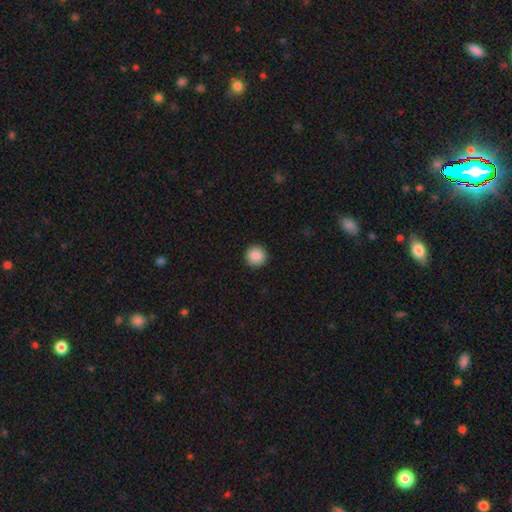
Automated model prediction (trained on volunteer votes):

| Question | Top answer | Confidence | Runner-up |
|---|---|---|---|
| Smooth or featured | smooth | 89% | star or artifact (8%) |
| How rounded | round | 95% | in between (4%) |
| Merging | none | 92% | minor disturbance (5%) |